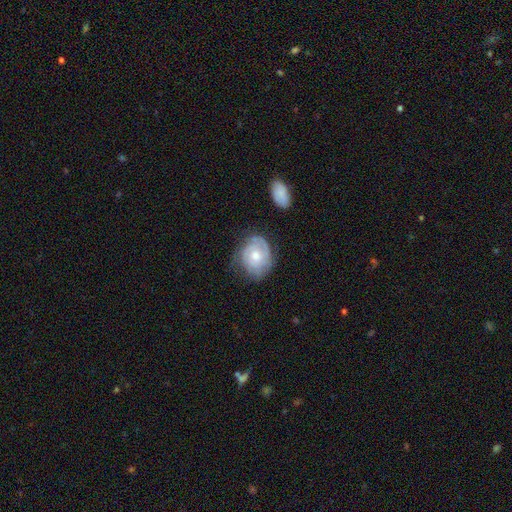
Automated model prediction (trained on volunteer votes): featured or disk 52%, smooth 41%, star or artifact 7%. Down the decision tree: edge-on disk — no (97%); bar — no (80%); spiral arms — yes (70%); bulge size — moderate (58%); merging — none (55%).